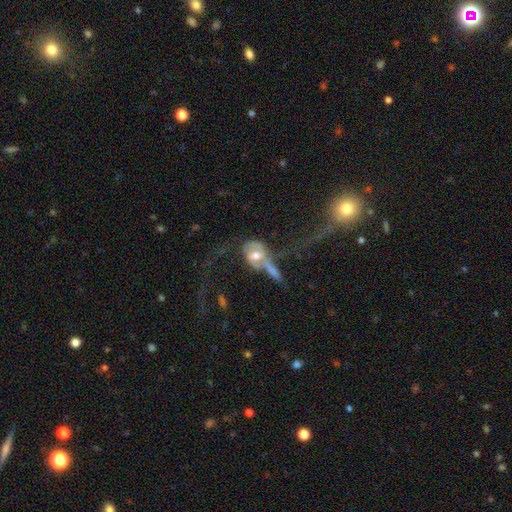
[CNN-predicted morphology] A featured or disk galaxy (51%).

Vote fractions:
- Smooth or featured? featured or disk: 51% / smooth: 39% / star or artifact: 10%
- Edge-on disk? no: 85% / yes: 15%
- Merging? merger: 42% / major disturbance: 29% / none: 18% / minor disturbance: 10%